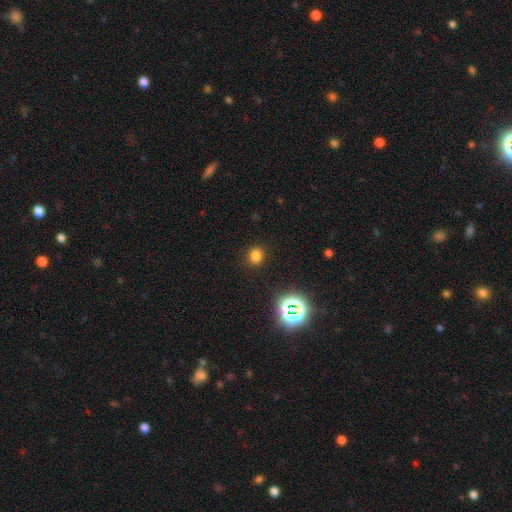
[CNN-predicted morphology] This is likely a smooth galaxy (76%). How rounded: likely round (74%). Merging: clearly none (88%).